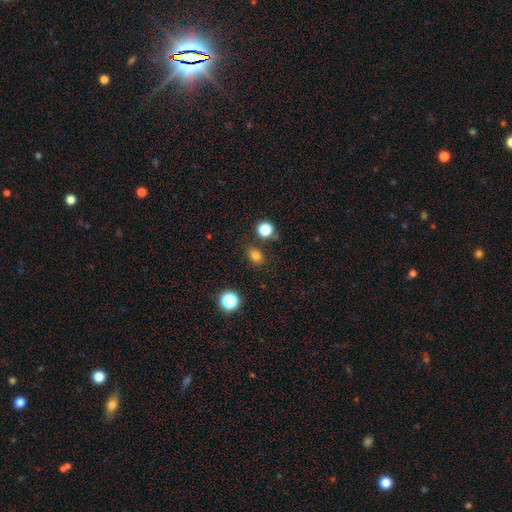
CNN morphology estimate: Overall: smooth (78%). How rounded: in between (58%; round 40%). Merging: none (79%).